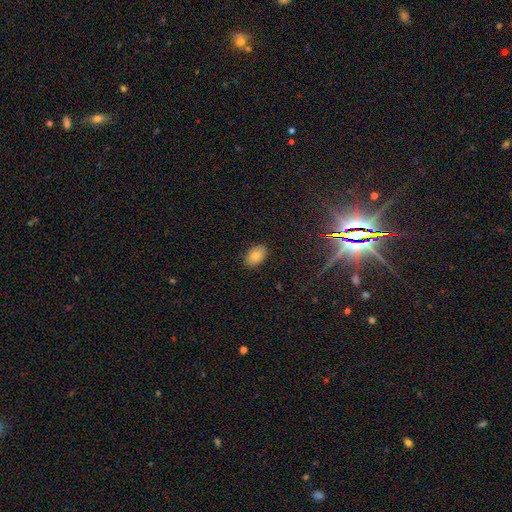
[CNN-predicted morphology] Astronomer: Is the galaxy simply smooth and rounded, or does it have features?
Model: smooth — 81%.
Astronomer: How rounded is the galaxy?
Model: in between — 87%.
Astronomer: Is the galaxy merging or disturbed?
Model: none — 88%.